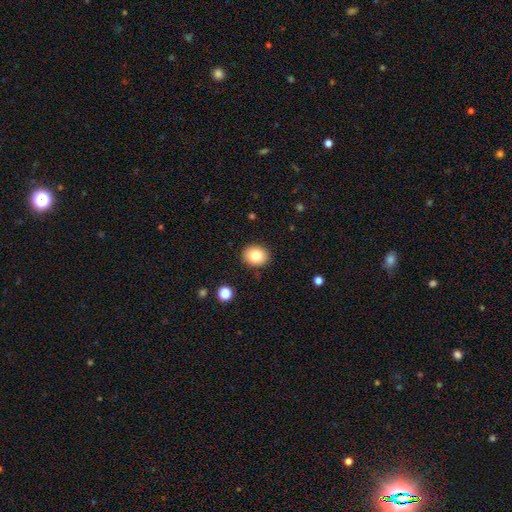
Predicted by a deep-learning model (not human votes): Smooth or featured? Predicted: smooth (p=0.82). How rounded? Predicted: round (p=0.55). Merging? Predicted: none (p=0.88).